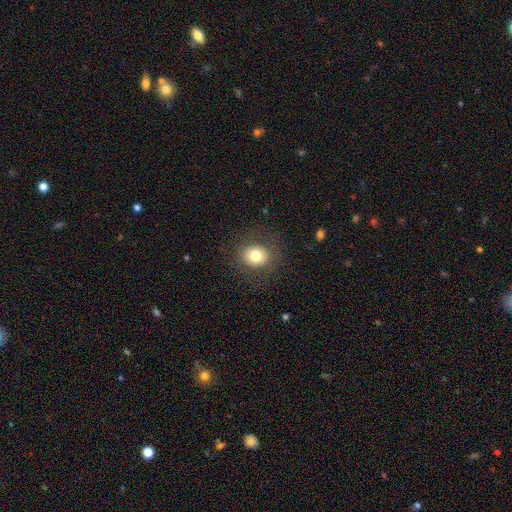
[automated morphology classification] Q: Smooth or featured?
A: smooth (78%); runner-up: featured or disk (11%)
Q: How rounded?
A: round (73%); runner-up: in between (27%)
Q: Merging?
A: none (85%); runner-up: minor disturbance (9%)